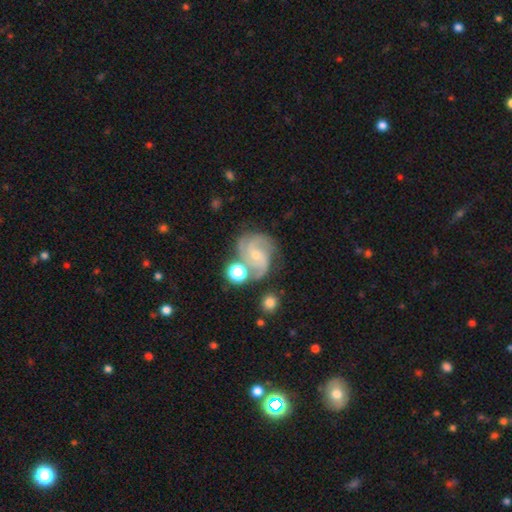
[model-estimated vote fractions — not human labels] A featured or disk galaxy (86%) with no bar (58%), 3 (52%) medium (51%) spiral arms (98%) and a small central bulge (67%).

Vote fractions:
- Smooth or featured? featured or disk: 86% / smooth: 8% / star or artifact: 6%
- Edge-on disk? no: 98% / yes: 2%
- Bar? no: 58% / weak: 34% / strong: 7%
- Spiral arms? yes: 98% / no: 2%
- Spiral winding? medium: 51% / tight: 37% / loose: 11%
- Spiral arm count? 3: 52% / 2: 22% / can't tell: 9% / 4: 9% / 1: 4% / more than 4: 4%
- Bulge size? small: 67% / moderate: 28% / none: 3% / large: 1% / dominant: 1%
- Merging? none: 62% / minor disturbance: 19% / merger: 10% / major disturbance: 8%